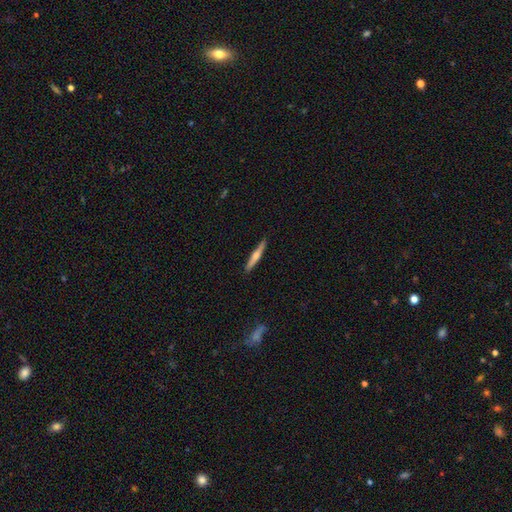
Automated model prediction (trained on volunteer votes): smooth_or_featured: featured or disk (p=0.57) [alt: smooth p=0.38]
disk_edge_on: yes (p=0.96) [alt: no p=0.04]
edge_on_bulge: rounded (p=0.82) [alt: none p=0.13]
merging: none (p=0.90) [alt: minor disturbance p=0.07]